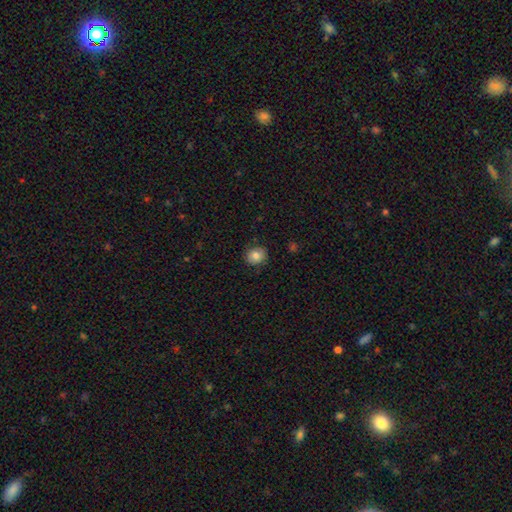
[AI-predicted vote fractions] Smooth or featured: smooth — 83% (star or artifact — 10%)
How rounded: round — 77% (in between — 22%)
Merging: none — 86% (minor disturbance — 10%)